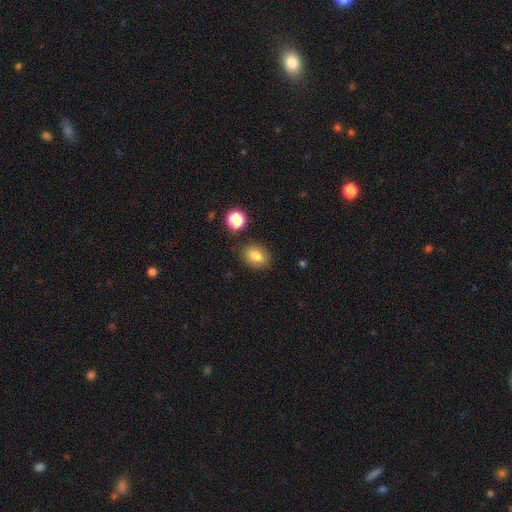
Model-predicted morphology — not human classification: This appears to be a smooth galaxy with no disk features (81%) that is in between round and cigar-shaped (67%). Merging: none (83%).